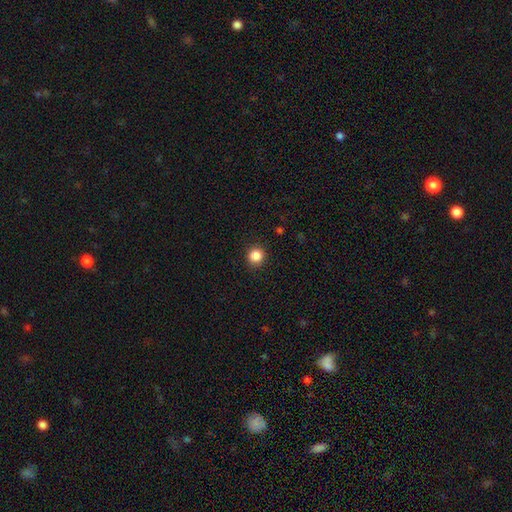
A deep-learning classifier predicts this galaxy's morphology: The model was most divided on "smooth or featured": smooth: 86%, star or artifact: 11%, featured or disk: 3%. More confident: how rounded — round (93%); merging — none (91%).